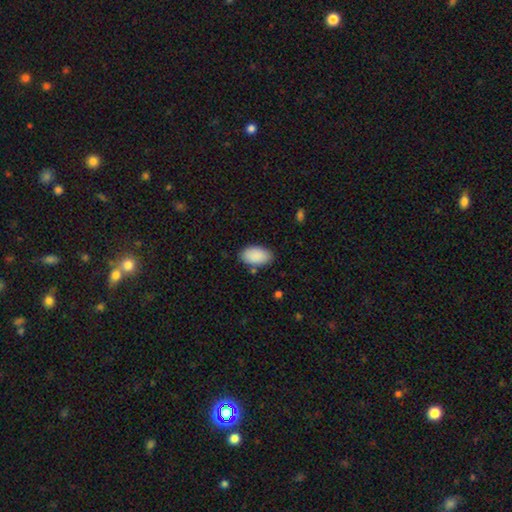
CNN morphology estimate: Smooth or featured? Predicted: smooth (p=0.90). How rounded? Predicted: in between (p=0.95). Merging? Predicted: none (p=0.83).